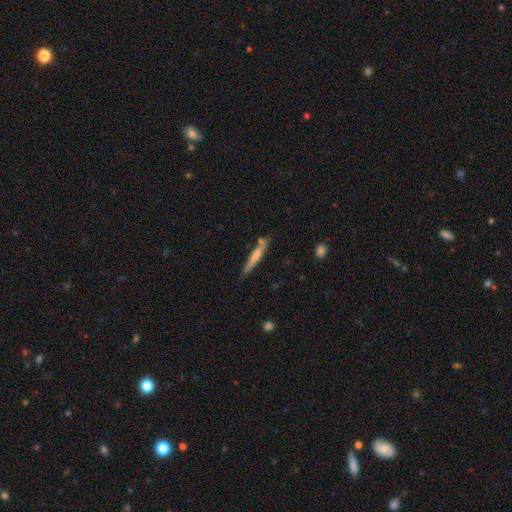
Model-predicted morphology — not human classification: Smooth or featured? Predicted: smooth (p=0.54). How rounded? Predicted: cigar-shaped (p=0.95). Merging? Predicted: none (p=0.73).